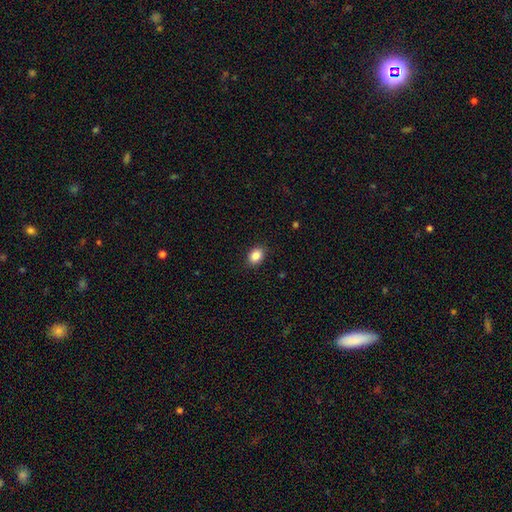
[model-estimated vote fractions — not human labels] smooth-or-featured: smooth: 87% | star or artifact: 9% | featured or disk: 4%
  how-rounded: in between: 71% | round: 28% | cigar-shaped: 1%
  merging: none: 89% | minor disturbance: 8% | major disturbance: 2% | merger: 1%